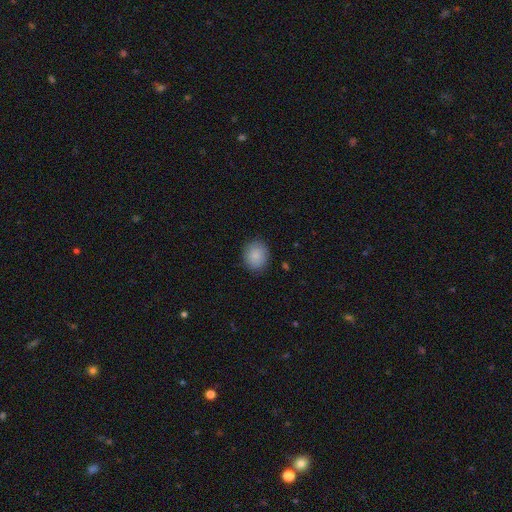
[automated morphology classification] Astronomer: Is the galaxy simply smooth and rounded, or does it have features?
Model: smooth — 85%.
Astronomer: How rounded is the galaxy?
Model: round — 73%.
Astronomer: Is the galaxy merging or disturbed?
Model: none — 86%.